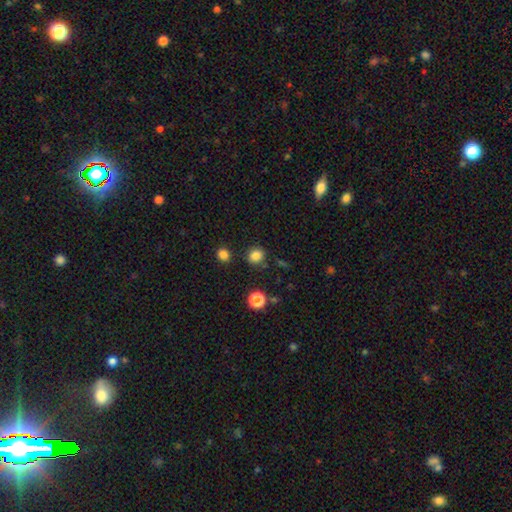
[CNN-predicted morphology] smooth 83%, star or artifact 13%, featured or disk 4%. Down the decision tree: how rounded — round (78%); merging — none (84%).